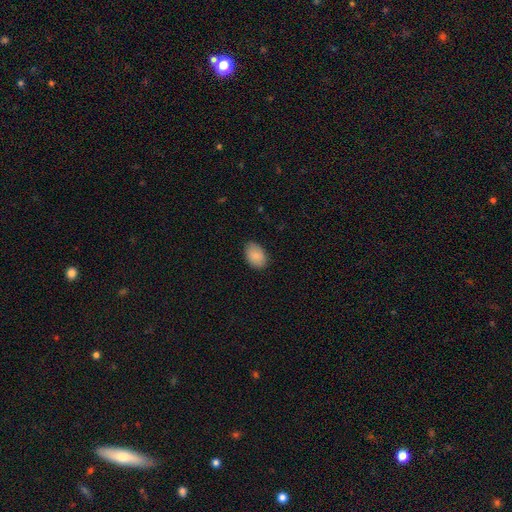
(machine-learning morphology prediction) This is clearly a smooth galaxy (87%). How rounded: clearly in between (87%). Merging: clearly none (82%).